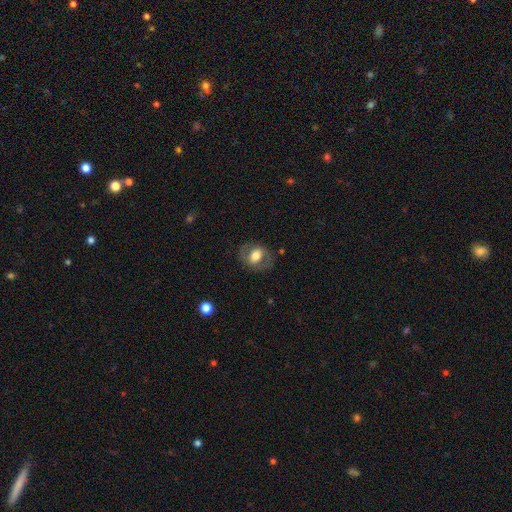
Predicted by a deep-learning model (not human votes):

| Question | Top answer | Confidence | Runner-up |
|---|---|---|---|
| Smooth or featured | featured or disk | 47% | smooth (46%) |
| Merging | none | 73% | minor disturbance (15%) |